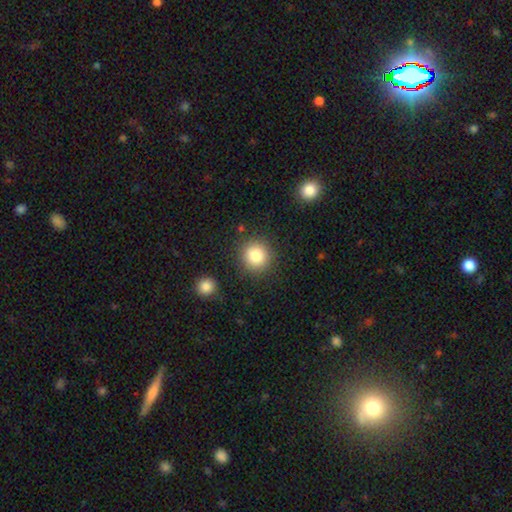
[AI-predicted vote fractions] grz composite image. It shows a smooth galaxy with no disk features (82%) that is round (92%). Merging: none (88%).